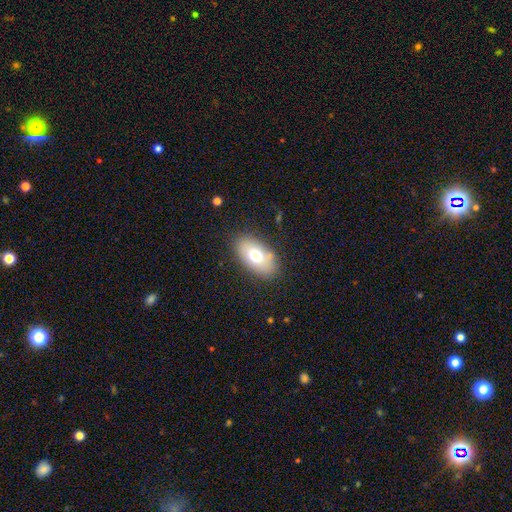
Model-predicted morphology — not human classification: The model was most divided on "smooth or featured": smooth: 70%, featured or disk: 21%, star or artifact: 8%. More confident: how rounded — in between (92%); merging — none (82%).